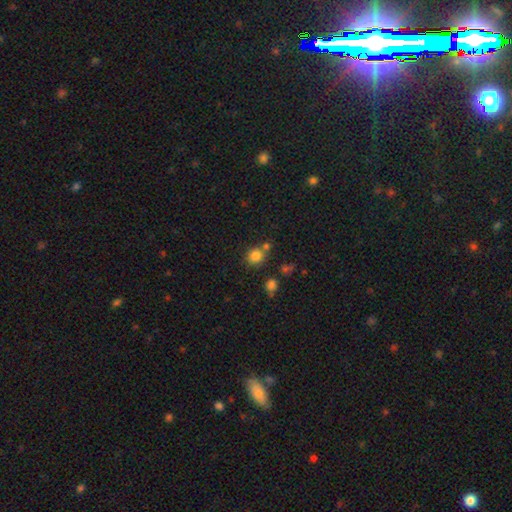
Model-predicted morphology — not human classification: Overall: smooth (82%). How rounded: round (85%). Merging: none (66%).